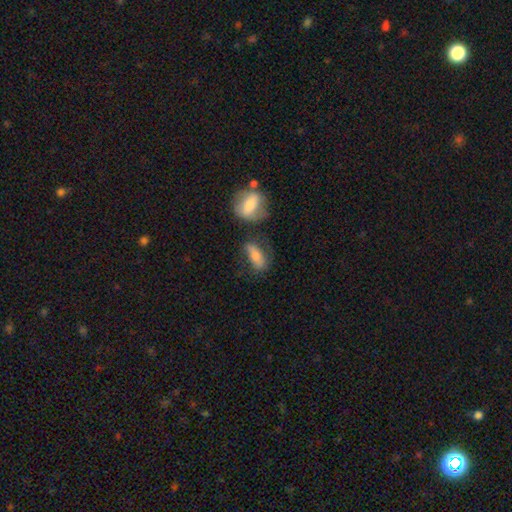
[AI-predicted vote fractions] This is likely a smooth galaxy (69%). How rounded: likely in between (66%). Merging: possibly none (54%).